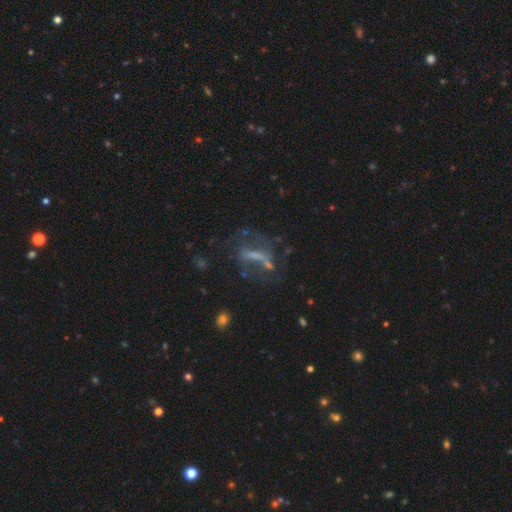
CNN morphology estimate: featured or disk 59%, smooth 24%, star or artifact 17%. Down the decision tree: edge-on disk — no (83%); merging — none (44%).